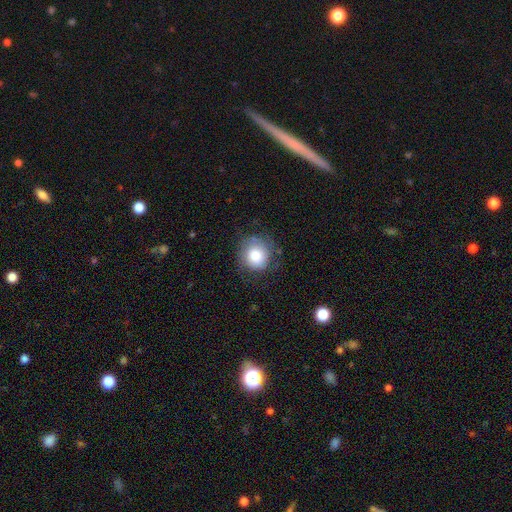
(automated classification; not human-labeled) Smooth or featured? smooth (77%)
How rounded? round (89%)
Merging? none (67%)